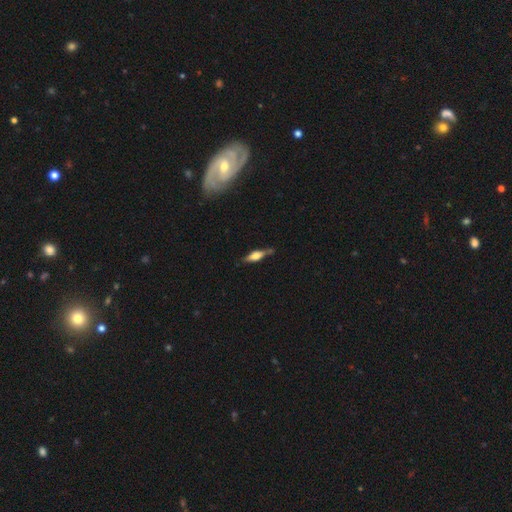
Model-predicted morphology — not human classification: Smooth or featured: featured or disk — 51% (smooth — 42%)
Edge-on disk: yes — 90% (no — 10%)
Merging: none — 69% (minor disturbance — 20%)